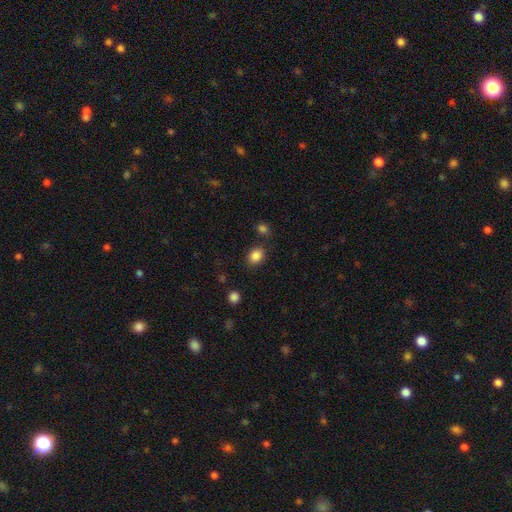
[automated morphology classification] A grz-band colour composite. It shows a smooth galaxy with no disk features (85%) that is round (51%). Merging: none (81%).